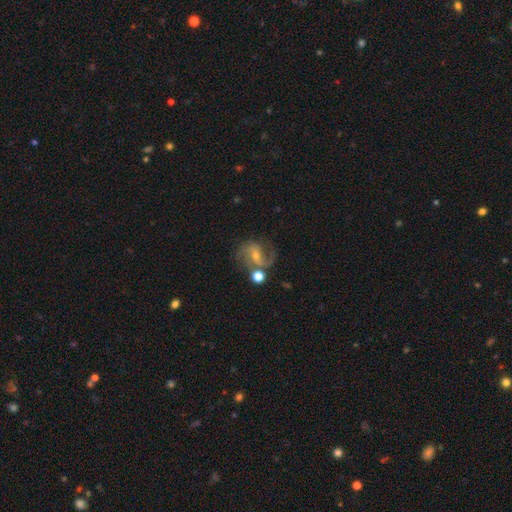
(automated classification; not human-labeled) Smooth or featured: featured or disk — 82% (smooth — 10%)
Edge-on disk: no — 98% (yes — 2%)
Bar: weak — 51% (no — 28%)
Spiral arms: yes — 96% (no — 4%)
Spiral winding: medium — 49% (loose — 39%)
Spiral arm count: 2 — 82% (3 — 6%)
Bulge size: small — 53% (moderate — 40%)
Merging: none — 61% (minor disturbance — 17%)